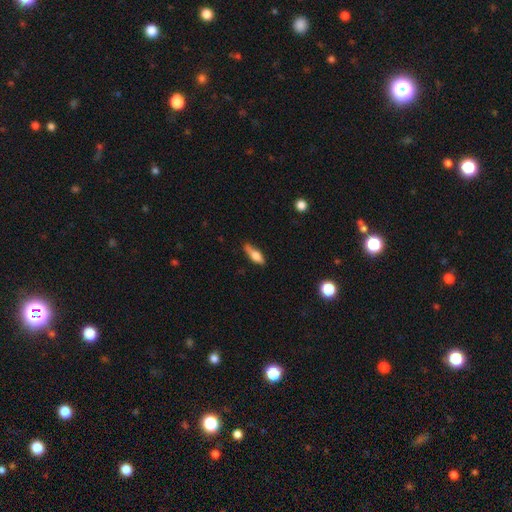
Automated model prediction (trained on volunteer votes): Overall: smooth (67%). How rounded: in between (52%; cigar-shaped 45%). Merging: none (63%; minor disturbance 27%).